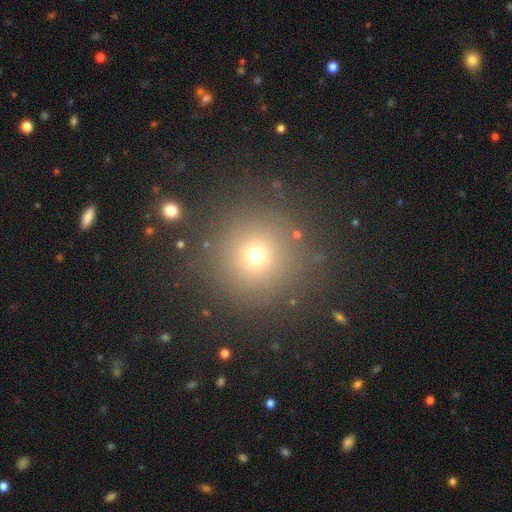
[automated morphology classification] Smooth or featured: smooth — 69% (star or artifact — 22%)
How rounded: round — 95% (in between — 4%)
Merging: none — 87% (minor disturbance — 7%)